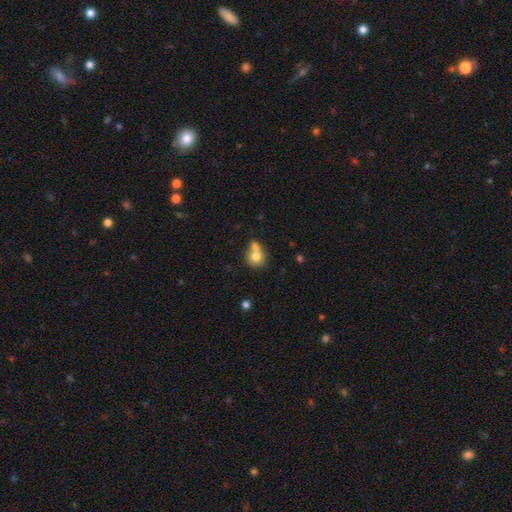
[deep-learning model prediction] The model was most divided on "merging": merger: 48%, none: 36%, minor disturbance: 11%, major disturbance: 5%. More confident: how rounded — round (75%); smooth or featured — smooth (75%).